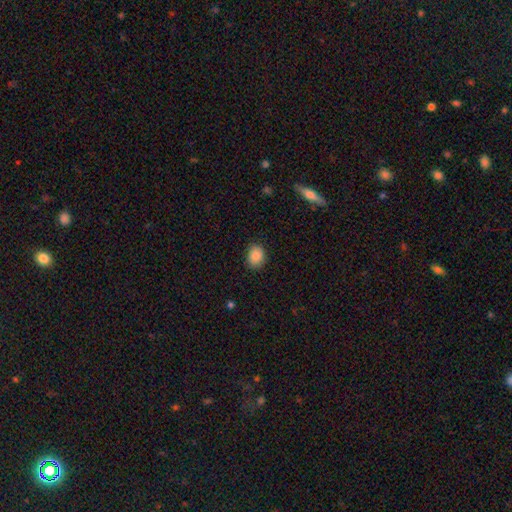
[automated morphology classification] Overall: smooth (88%). How rounded: in between (55%; round 44%). Merging: none (85%).